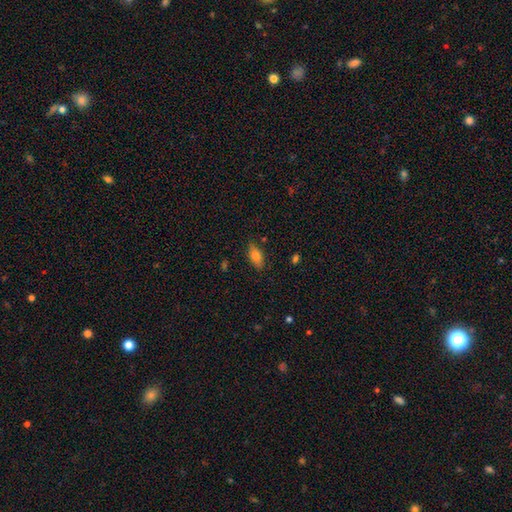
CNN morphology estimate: smooth-or-featured: smooth: 73% | featured or disk: 19% | star or artifact: 9%
  how-rounded: in between: 82% | cigar-shaped: 14% | round: 4%
  merging: none: 83% | minor disturbance: 13% | major disturbance: 3% | merger: 1%